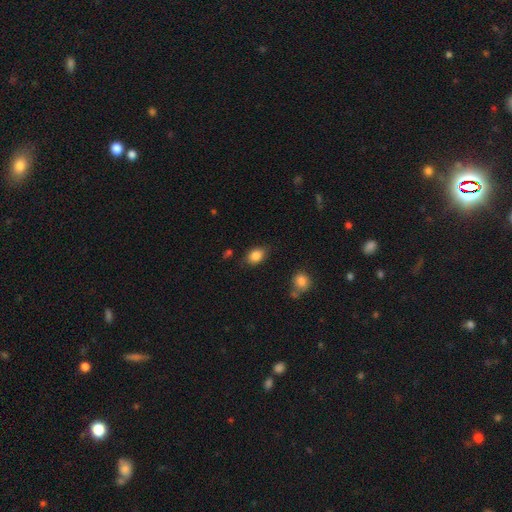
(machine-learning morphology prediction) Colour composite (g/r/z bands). It shows a smooth galaxy with no disk features (85%) that is in between round and cigar-shaped (76%). Merging: none (78%).